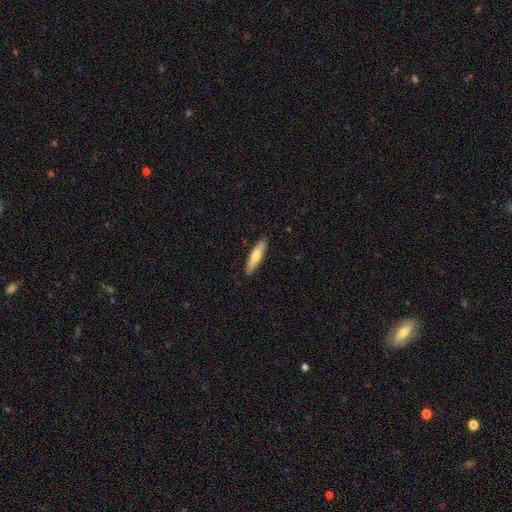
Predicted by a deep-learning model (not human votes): A smooth galaxy with no disk features (68%) that is cigar-shaped (76%).

Vote fractions:
- Smooth or featured? smooth: 68% / featured or disk: 26% / star or artifact: 5%
- How rounded? cigar-shaped: 76% / in between: 22% / round: 2%
- Merging? none: 89% / minor disturbance: 9% / major disturbance: 2% / merger: 1%